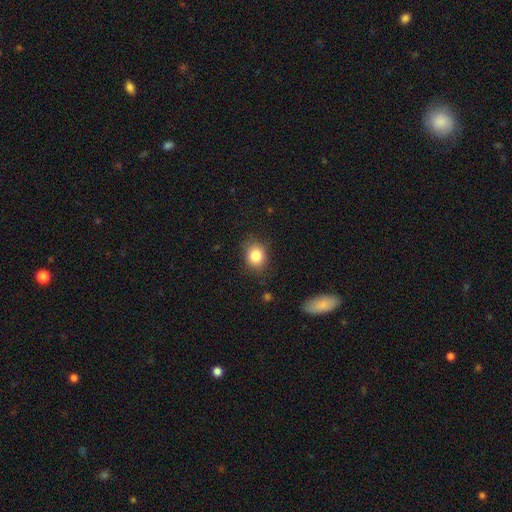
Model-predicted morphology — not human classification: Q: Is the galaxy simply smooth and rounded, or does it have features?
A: smooth — 84%.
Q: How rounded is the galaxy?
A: round — 52%.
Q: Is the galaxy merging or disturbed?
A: none — 80%.